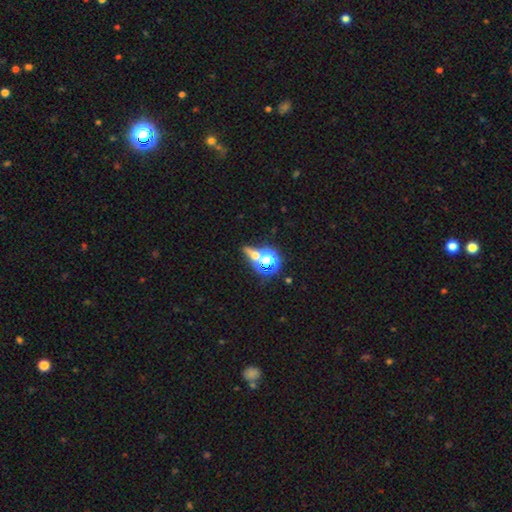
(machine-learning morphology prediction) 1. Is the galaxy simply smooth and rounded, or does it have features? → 47% star or artifact, 38% smooth, 16% featured or disk.